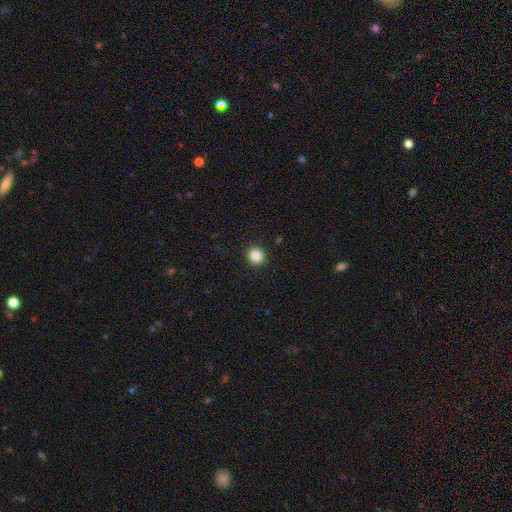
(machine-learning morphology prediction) A smooth galaxy with no disk features (85%) that is round (90%). Merging: none (93%).